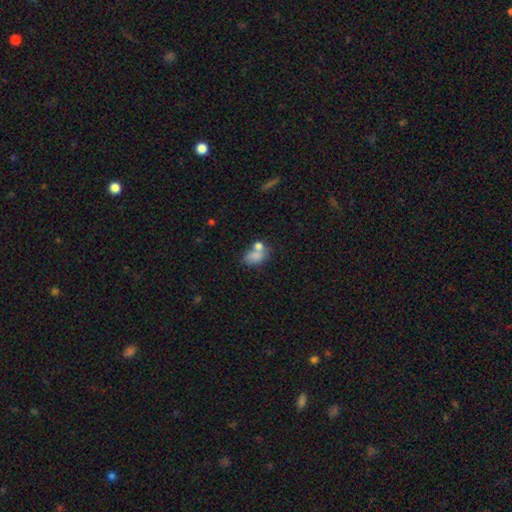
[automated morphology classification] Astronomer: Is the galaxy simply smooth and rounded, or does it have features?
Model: smooth — 76%.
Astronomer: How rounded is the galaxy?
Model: in between — 78%.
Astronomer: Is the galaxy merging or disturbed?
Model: merger — 39% (runner-up: none, 35%).